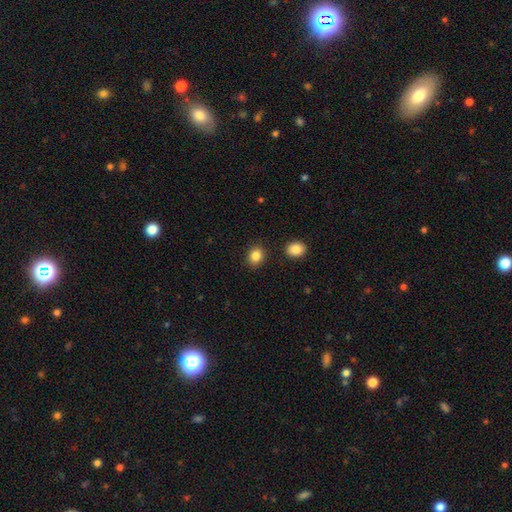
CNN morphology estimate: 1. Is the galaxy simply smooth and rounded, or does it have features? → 85% smooth, 10% star or artifact, 5% featured or disk.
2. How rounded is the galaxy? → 62% round, 37% in between, 1% cigar-shaped.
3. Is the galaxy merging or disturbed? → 87% none, 7% minor disturbance, 3% merger, 2% major disturbance.